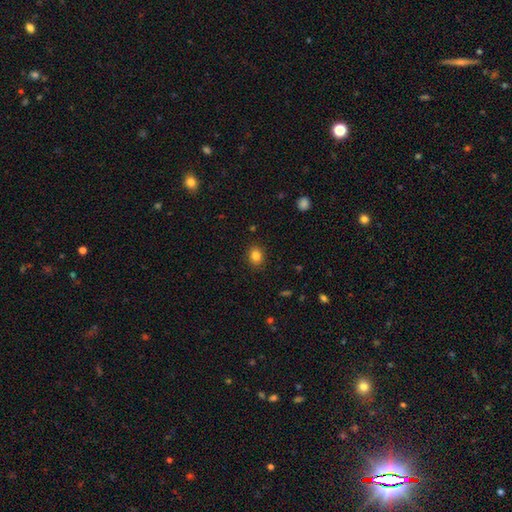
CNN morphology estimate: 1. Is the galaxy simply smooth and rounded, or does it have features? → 84% smooth, 11% star or artifact, 6% featured or disk.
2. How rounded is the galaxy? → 60% round, 39% in between, 1% cigar-shaped.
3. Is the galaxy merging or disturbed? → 89% none, 8% minor disturbance, 2% major disturbance, 1% merger.